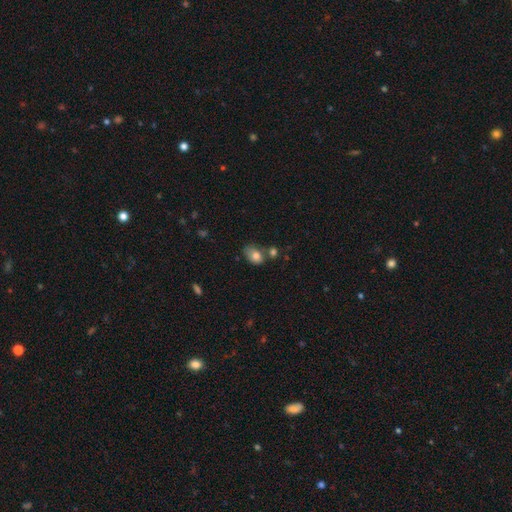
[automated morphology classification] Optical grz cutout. It shows a smooth galaxy with no disk features (78%) that is in between round and cigar-shaped (78%). Merging: none (43%).